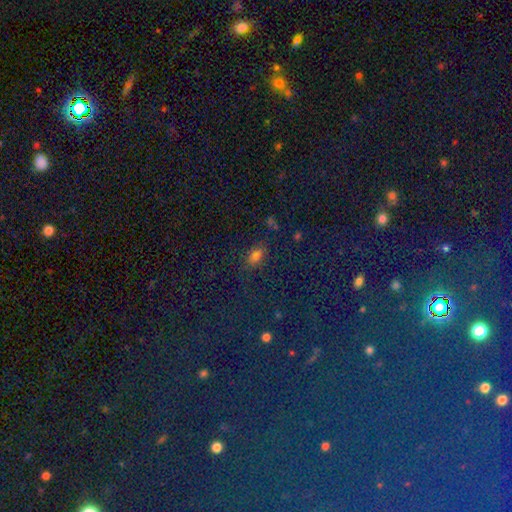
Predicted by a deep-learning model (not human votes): A smooth galaxy with no disk features (72%) that is in between round and cigar-shaped (83%).

Vote fractions:
- Smooth or featured? smooth: 72% / star or artifact: 20% / featured or disk: 8%
- How rounded? in between: 83% / round: 12% / cigar-shaped: 6%
- Merging? none: 78% / minor disturbance: 14% / major disturbance: 5% / merger: 3%